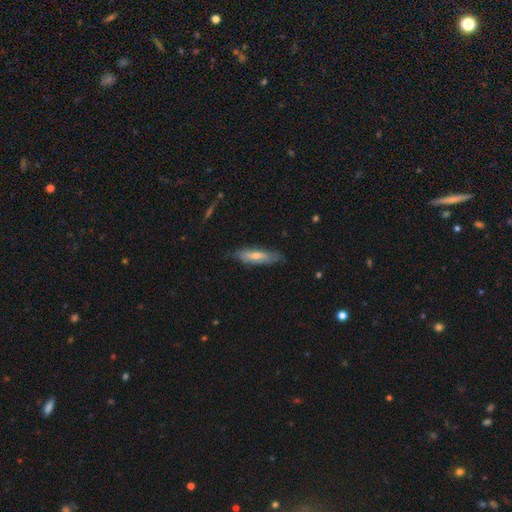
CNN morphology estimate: The model was most divided on "smooth or featured": smooth: 53%, featured or disk: 40%, star or artifact: 7%. More confident: merging — none (79%); how rounded — cigar-shaped (67%).